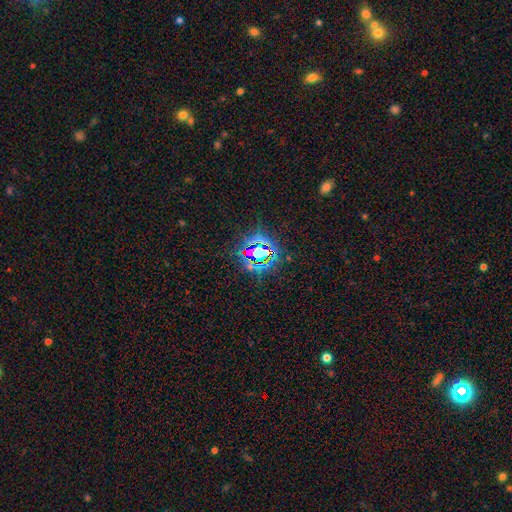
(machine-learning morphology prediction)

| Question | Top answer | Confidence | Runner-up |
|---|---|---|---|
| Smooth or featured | star or artifact | 72% | smooth (17%) |